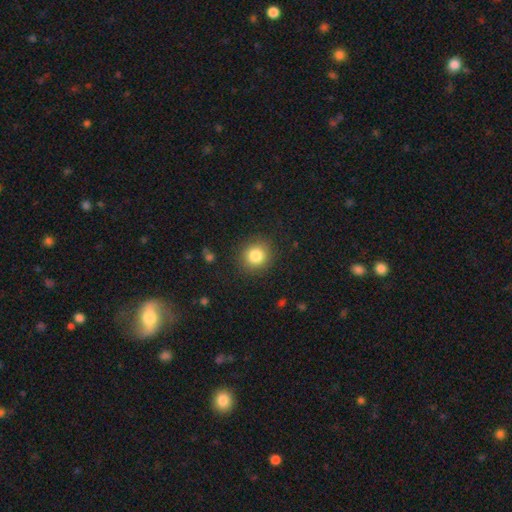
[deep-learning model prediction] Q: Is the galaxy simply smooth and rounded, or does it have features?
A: smooth — 83%.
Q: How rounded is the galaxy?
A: round — 88%.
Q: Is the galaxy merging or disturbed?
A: none — 88%.